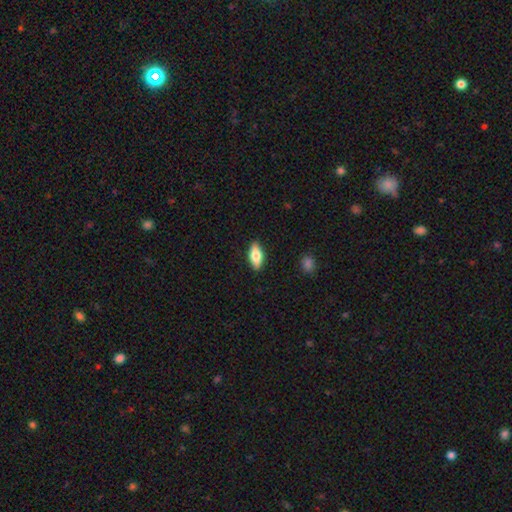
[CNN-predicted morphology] Q: Smooth or featured?
A: smooth (65%); runner-up: featured or disk (28%)
Q: How rounded?
A: in between (77%); runner-up: cigar-shaped (20%)
Q: Merging?
A: none (88%); runner-up: minor disturbance (9%)